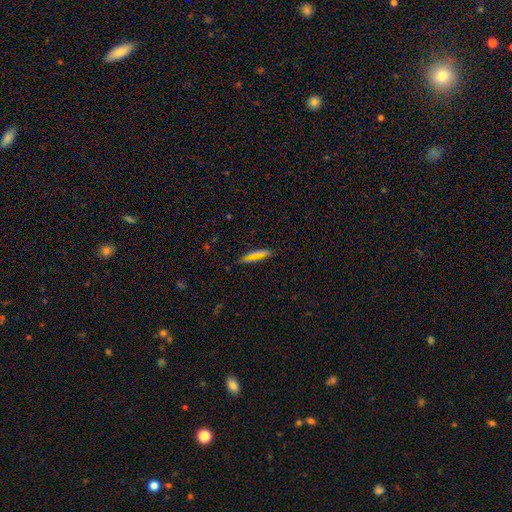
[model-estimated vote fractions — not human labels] A smooth galaxy with no disk features (67%) that is cigar-shaped (63%). Merging: none (76%).